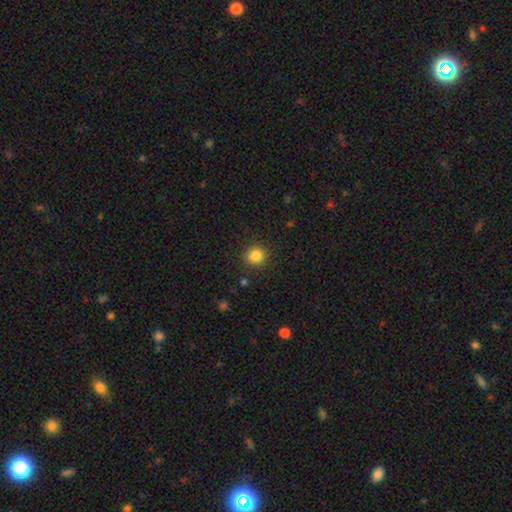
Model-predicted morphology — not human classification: smooth-or-featured: smooth: 84% | star or artifact: 11% | featured or disk: 4%
  how-rounded: round: 88% | in between: 11% | cigar-shaped: 1%
  merging: none: 90% | minor disturbance: 7% | major disturbance: 2% | merger: 1%